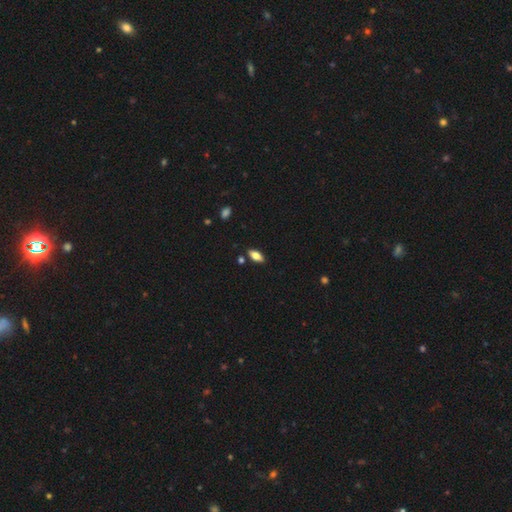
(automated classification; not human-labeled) Overall: smooth (75%). How rounded: in between (86%). Merging: none (85%).